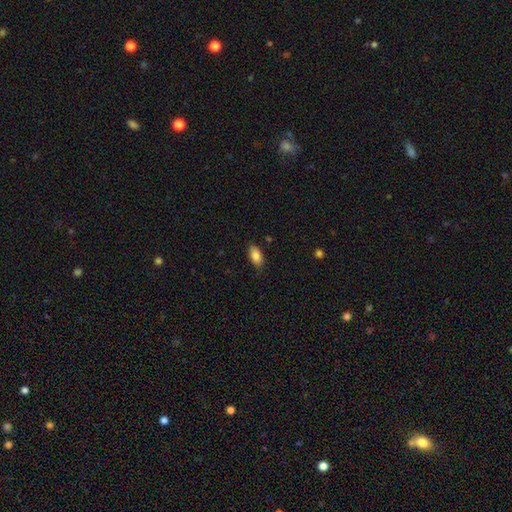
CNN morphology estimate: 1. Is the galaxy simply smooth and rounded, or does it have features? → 85% smooth, 8% featured or disk, 7% star or artifact.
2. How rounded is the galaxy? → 91% in between, 5% cigar-shaped, 3% round.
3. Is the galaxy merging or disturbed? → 84% none, 13% minor disturbance, 2% major disturbance, 1% merger.